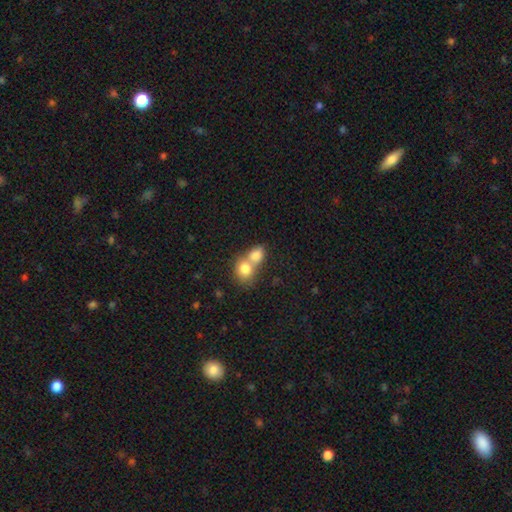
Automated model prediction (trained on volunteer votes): Smooth or featured?
  - smooth: 79% *
  - featured or disk: 12%
  - star or artifact: 9%
How rounded?
  - round: 53% *
  - in between: 46%
  - cigar-shaped: 1%
Merging?
  - merger: 69% *
  - none: 23%
  - minor disturbance: 6%
  - major disturbance: 3%